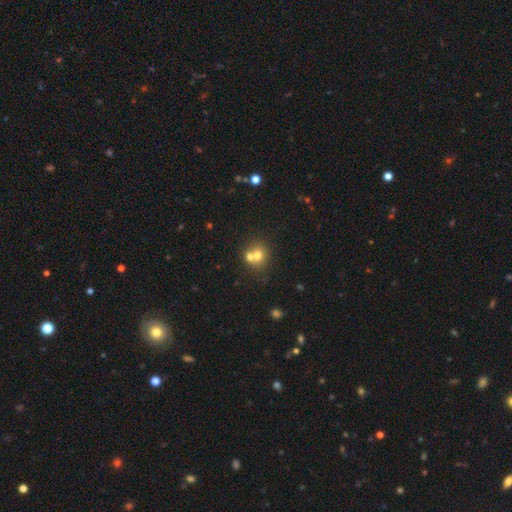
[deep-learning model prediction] Smooth or featured? smooth (69%)
How rounded? round (78%)
Merging? merger (49%)